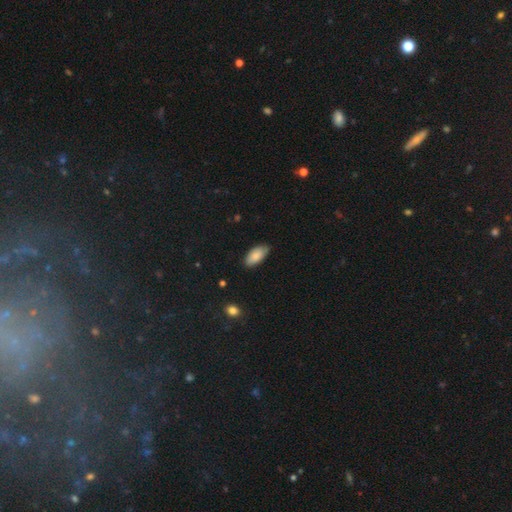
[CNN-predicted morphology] This is clearly a smooth galaxy (85%). How rounded: clearly in between (93%). Merging: likely none (78%).